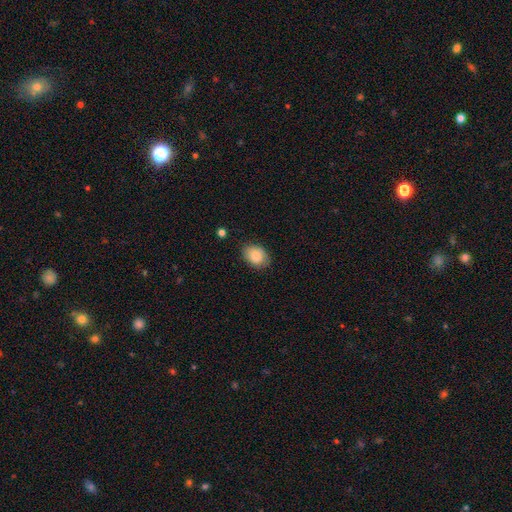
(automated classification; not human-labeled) A smooth galaxy with no disk features (83%) that is in between round and cigar-shaped (68%). Merging: none (81%).